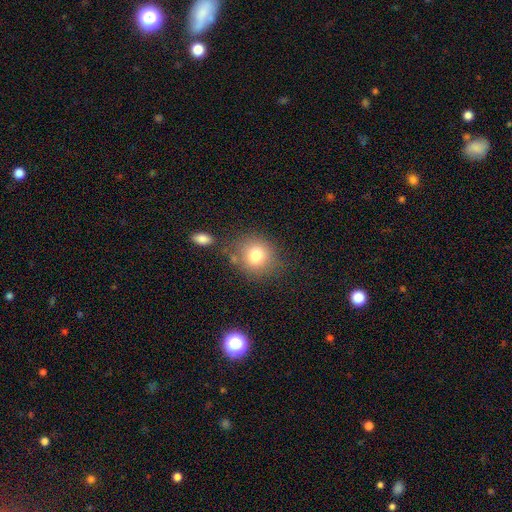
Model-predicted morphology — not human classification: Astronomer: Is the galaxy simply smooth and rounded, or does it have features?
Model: smooth — 79%.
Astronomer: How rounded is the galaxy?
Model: round — 81%.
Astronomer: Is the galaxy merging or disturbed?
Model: none — 72%.